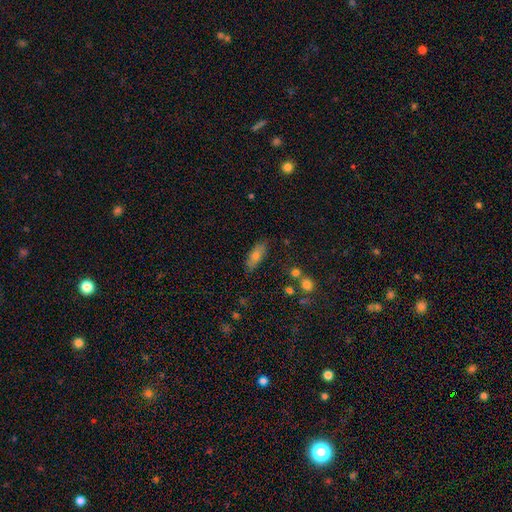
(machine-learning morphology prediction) smooth-or-featured: smooth: 68% | featured or disk: 21% | star or artifact: 10%
  how-rounded: in between: 69% | cigar-shaped: 28% | round: 4%
  merging: none: 81% | minor disturbance: 13% | major disturbance: 3% | merger: 3%